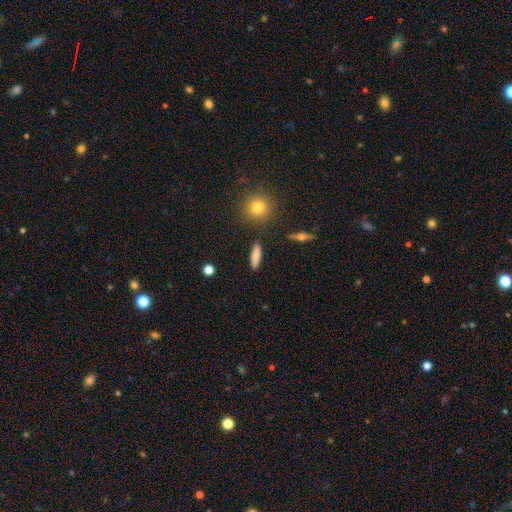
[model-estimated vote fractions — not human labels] This is clearly a smooth galaxy (81%). How rounded: likely cigar-shaped (62%). Merging: clearly none (88%).